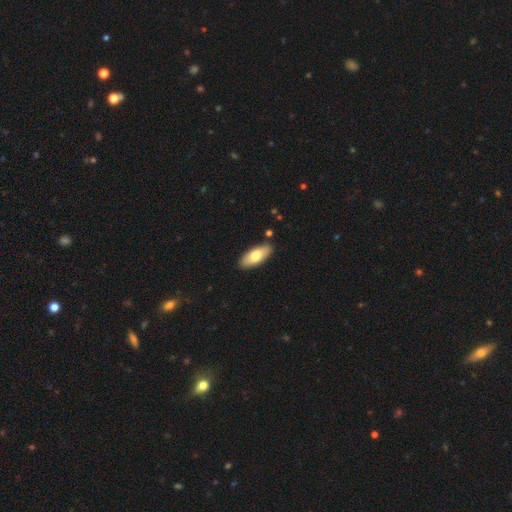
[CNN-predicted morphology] A smooth galaxy with no disk features (74%) that is in between round and cigar-shaped (85%).

Vote fractions:
- Smooth or featured? smooth: 74% / featured or disk: 20% / star or artifact: 6%
- How rounded? in between: 85% / cigar-shaped: 13% / round: 2%
- Merging? none: 88% / minor disturbance: 8% / merger: 2% / major disturbance: 2%